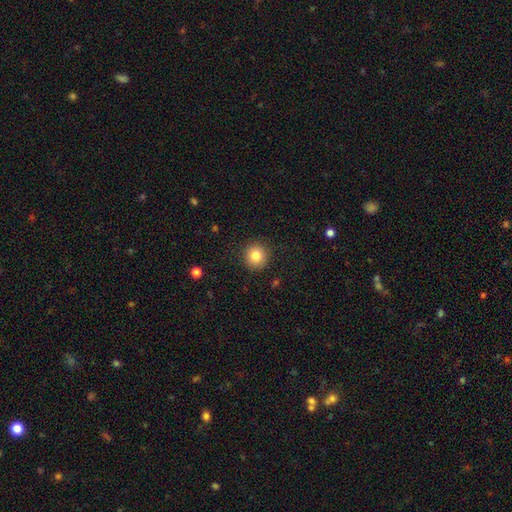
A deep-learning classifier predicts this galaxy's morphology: This is clearly a smooth galaxy (83%). How rounded: clearly round (94%). Merging: clearly none (91%).